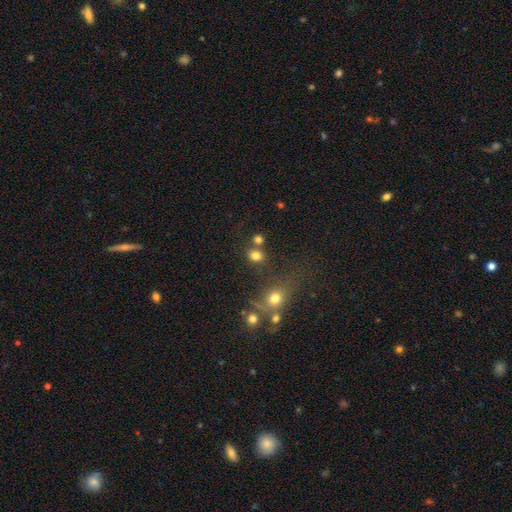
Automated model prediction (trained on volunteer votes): smooth_or_featured: smooth (p=0.78) [alt: star or artifact p=0.15]
how_rounded: round (p=0.72) [alt: in between p=0.27]
merging: none (p=0.65) [alt: merger p=0.20]